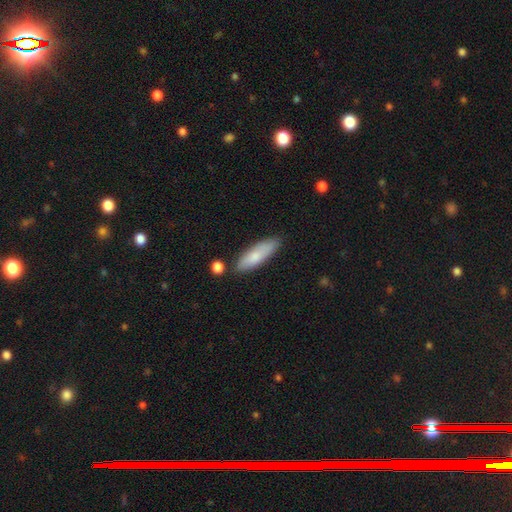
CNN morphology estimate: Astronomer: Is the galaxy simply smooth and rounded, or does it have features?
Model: smooth — 77%.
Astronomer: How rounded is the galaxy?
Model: cigar-shaped — 51% (runner-up: in between, 47%).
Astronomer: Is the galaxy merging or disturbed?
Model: none — 79%.